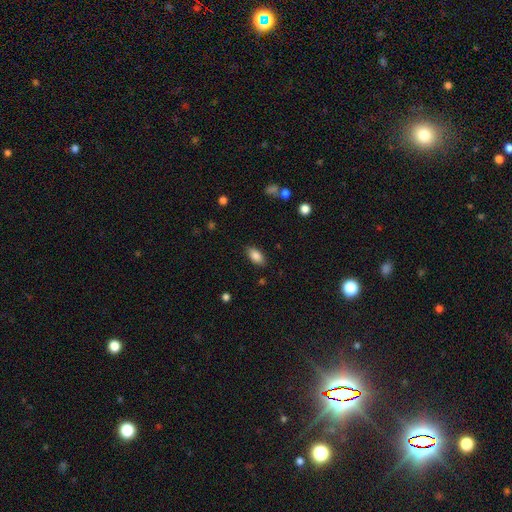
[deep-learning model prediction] Smooth or featured? Predicted: smooth (p=0.86). How rounded? Predicted: in between (p=0.92). Merging? Predicted: none (p=0.86).